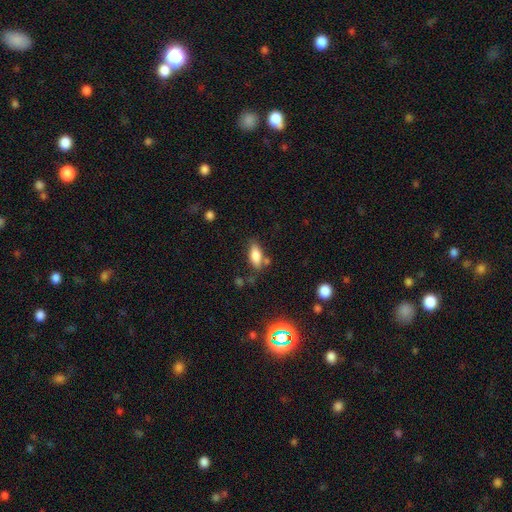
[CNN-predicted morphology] Smooth or featured? Predicted: smooth (p=0.80). How rounded? Predicted: in between (p=0.82). Merging? Predicted: none (p=0.70).